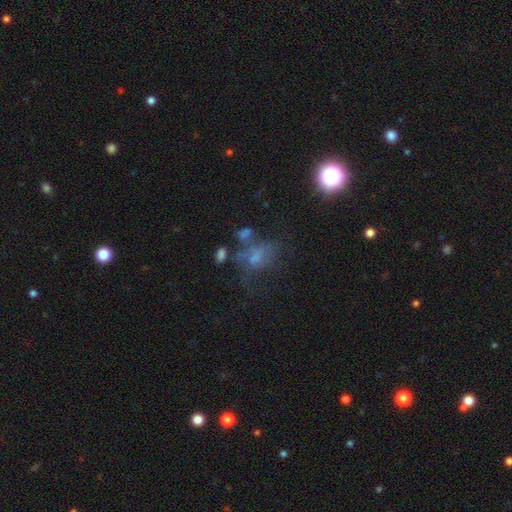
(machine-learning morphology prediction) Smooth or featured? smooth (42%)
Merging? major disturbance (34%)